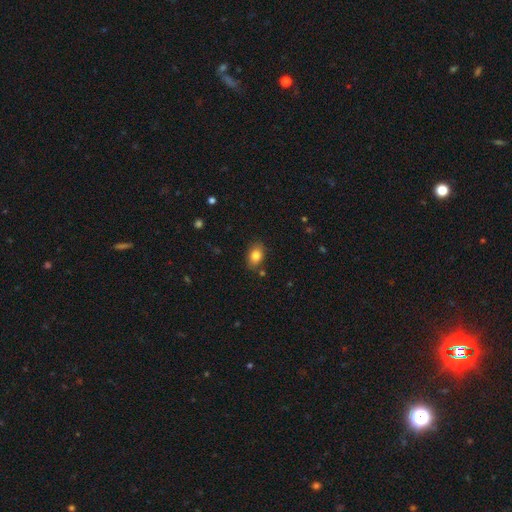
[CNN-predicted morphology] Overall: smooth (83%). How rounded: in between (82%). Merging: none (83%).